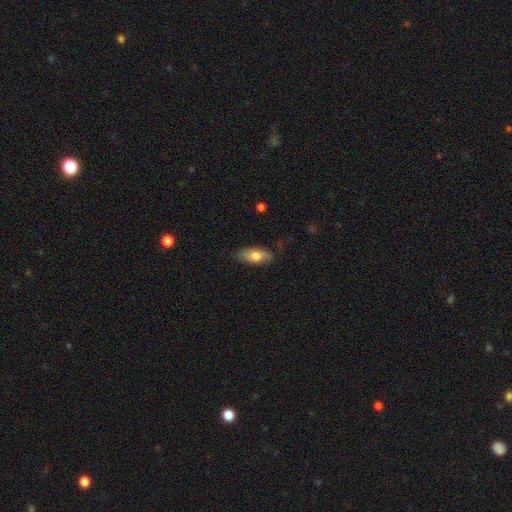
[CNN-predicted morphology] Smooth or featured? smooth (70%)
How rounded? in between (81%)
Merging? none (76%)